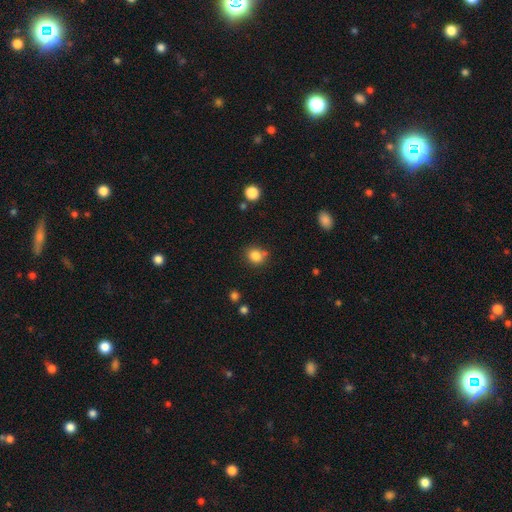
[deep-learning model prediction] Morphology: type=smooth (83%); roundness=round (73%); merging=none (69%).